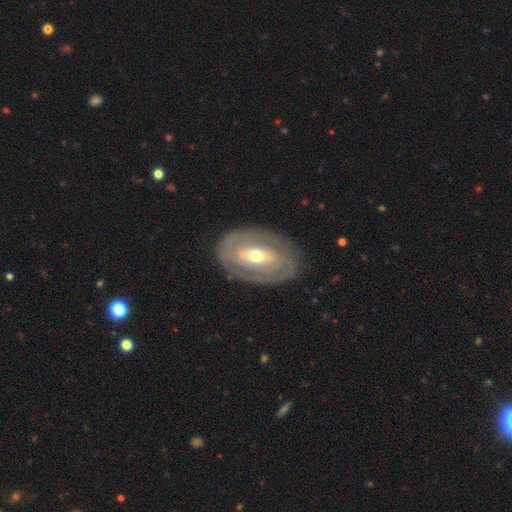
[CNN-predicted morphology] smooth-or-featured: featured or disk: 70% | smooth: 25% | star or artifact: 5%
  disk-edge-on: no: 92% | yes: 8%
    bar: no: 38% | weak: 35% | strong: 27%
    has-spiral-arms: yes: 53% | no: 47%
    bulge-size: moderate: 64% | small: 28% | large: 5% | dominant: 1% | none: 1%
  merging: none: 82% | minor disturbance: 13% | major disturbance: 5% | merger: 1%